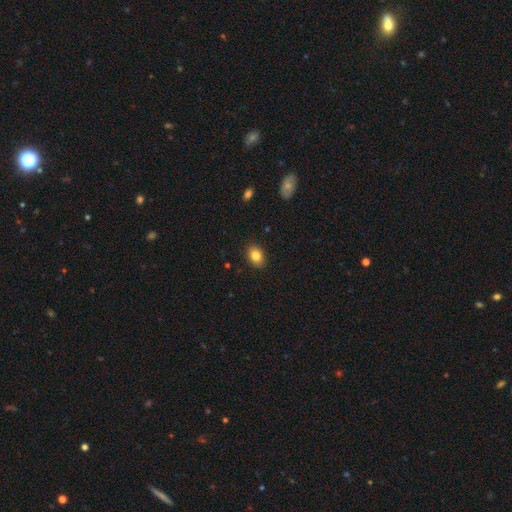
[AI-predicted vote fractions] Smooth or featured?
  - smooth: 83% *
  - star or artifact: 9%
  - featured or disk: 8%
How rounded?
  - in between: 74% *
  - round: 25%
  - cigar-shaped: 1%
Merging?
  - none: 88% *
  - minor disturbance: 9%
  - major disturbance: 2%
  - merger: 1%